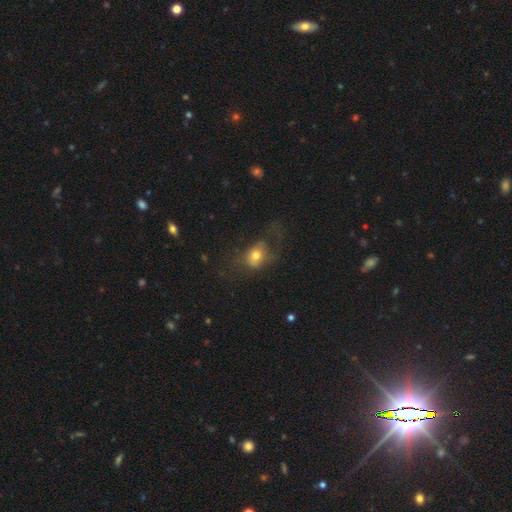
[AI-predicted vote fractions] A smooth galaxy with no disk features (67%) that is in between round and cigar-shaped (60%).

Vote fractions:
- Smooth or featured? smooth: 67% / featured or disk: 22% / star or artifact: 11%
- How rounded? in between: 60% / round: 38% / cigar-shaped: 2%
- Merging? none: 40% / major disturbance: 37% / minor disturbance: 22% / merger: 2%